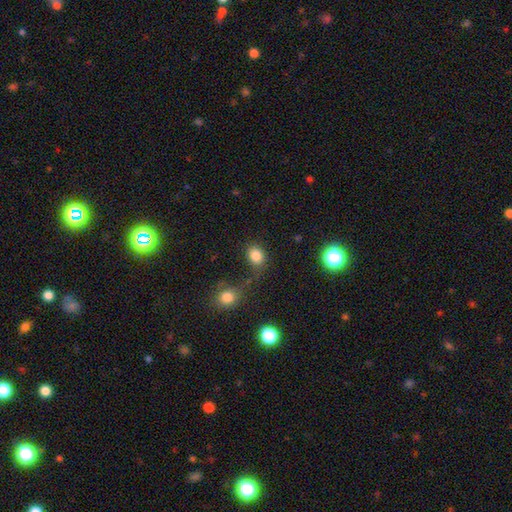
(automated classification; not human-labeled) smooth 82%, star or artifact 12%, featured or disk 6%. Down the decision tree: how rounded — round (54%); merging — none (65%).